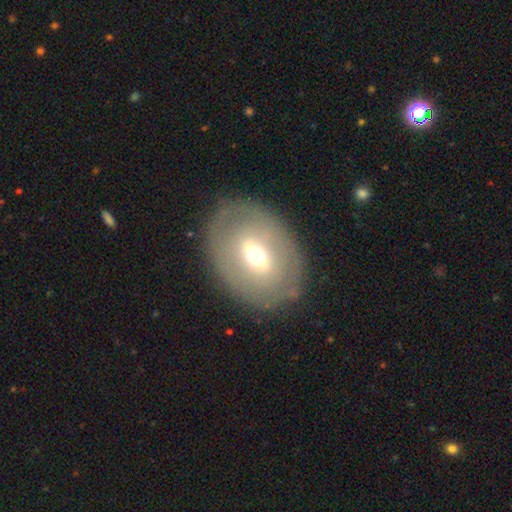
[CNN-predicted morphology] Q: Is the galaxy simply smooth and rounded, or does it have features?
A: featured or disk — 51%.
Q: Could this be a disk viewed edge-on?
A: no — 89%.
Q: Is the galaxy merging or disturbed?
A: none — 80%.